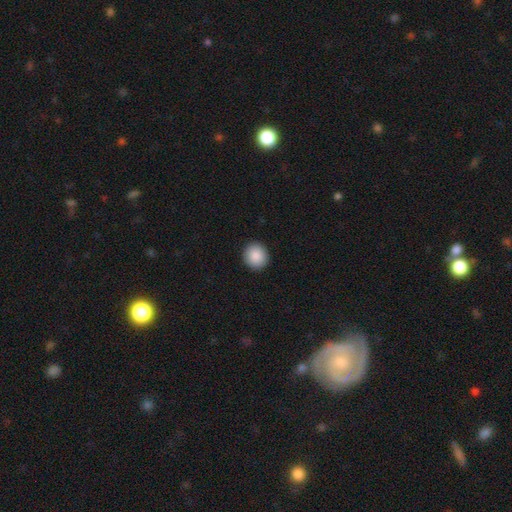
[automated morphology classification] Smooth or featured?
  - smooth: 89% *
  - star or artifact: 7%
  - featured or disk: 3%
How rounded?
  - round: 88% *
  - in between: 11%
  - cigar-shaped: 1%
Merging?
  - none: 93% *
  - minor disturbance: 5%
  - major disturbance: 2%
  - merger: 1%